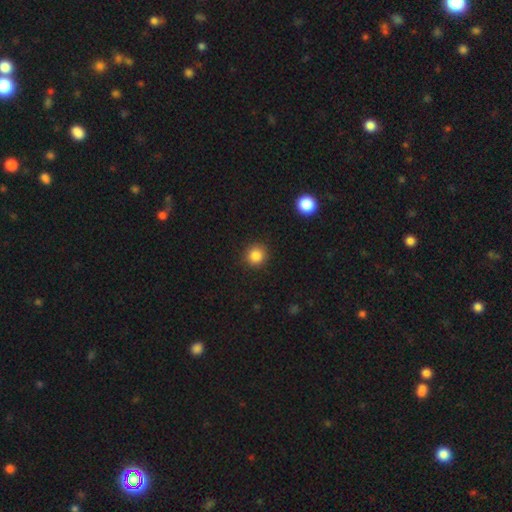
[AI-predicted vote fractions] smooth 85%, star or artifact 11%, featured or disk 4%. Down the decision tree: how rounded — round (91%); merging — none (90%).